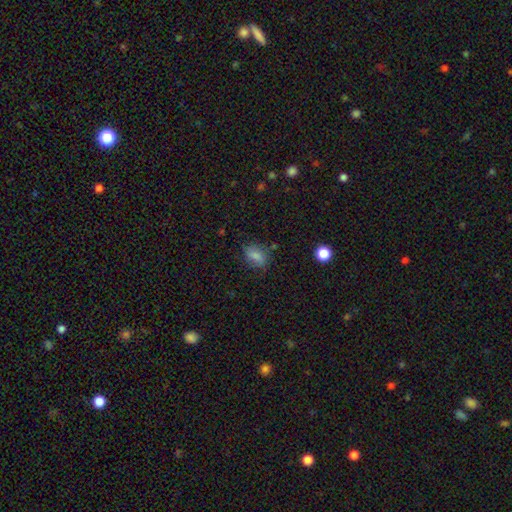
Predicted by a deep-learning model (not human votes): Smooth or featured: smooth — 75% (featured or disk — 14%)
How rounded: in between — 76% (round — 21%)
Merging: none — 68% (minor disturbance — 22%)